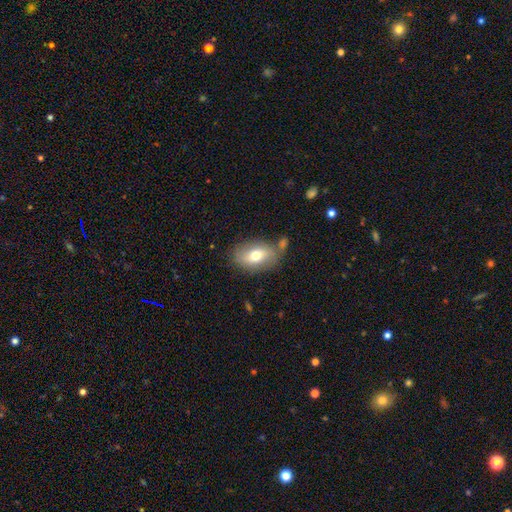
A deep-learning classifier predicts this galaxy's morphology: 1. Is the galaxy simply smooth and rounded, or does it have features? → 67% smooth, 26% featured or disk, 8% star or artifact.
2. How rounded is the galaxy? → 87% in between, 11% round, 2% cigar-shaped.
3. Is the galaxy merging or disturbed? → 68% none, 17% minor disturbance, 10% merger, 5% major disturbance.